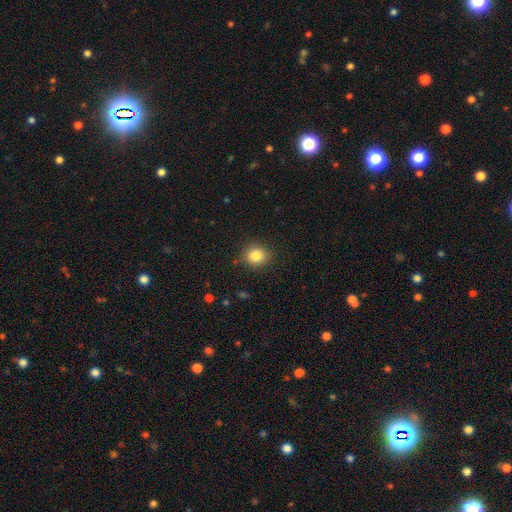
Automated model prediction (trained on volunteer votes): Smooth or featured: smooth — 84% (star or artifact — 11%)
How rounded: round — 80% (in between — 19%)
Merging: none — 87% (minor disturbance — 9%)